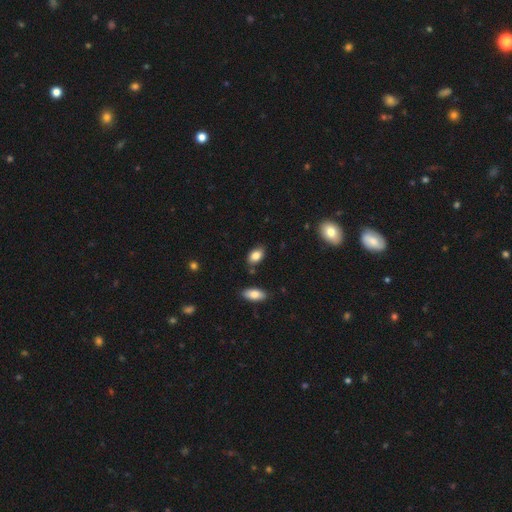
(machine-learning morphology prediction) Smooth or featured? smooth (85%)
How rounded? in between (89%)
Merging? none (79%)